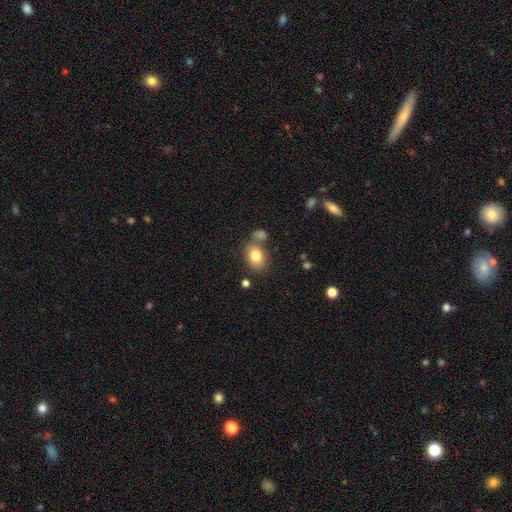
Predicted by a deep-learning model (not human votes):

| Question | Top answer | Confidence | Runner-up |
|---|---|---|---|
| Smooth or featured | smooth | 81% | featured or disk (11%) |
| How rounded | in between | 73% | round (26%) |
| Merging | none | 65% | merger (17%) |